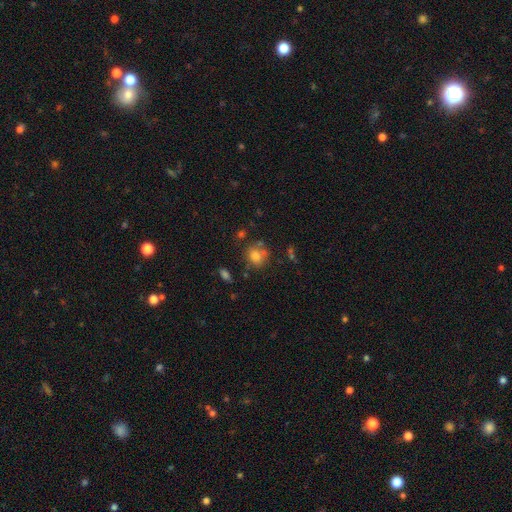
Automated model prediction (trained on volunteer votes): This appears to be a smooth galaxy with no disk features (75%) that is round (69%). Merging: none (59%).